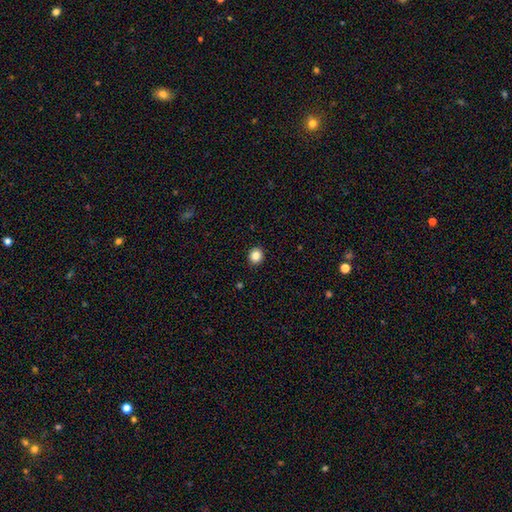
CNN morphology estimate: Q: Smooth or featured?
A: smooth (85%); runner-up: star or artifact (11%)
Q: How rounded?
A: round (85%); runner-up: in between (14%)
Q: Merging?
A: none (92%); runner-up: minor disturbance (5%)